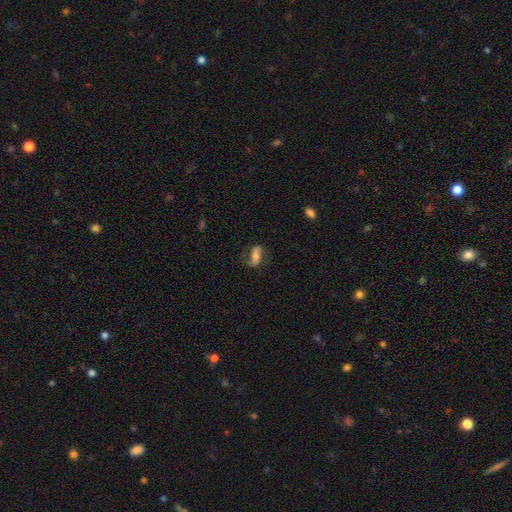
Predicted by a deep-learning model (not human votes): This appears to be a featured or disk galaxy (46%). Merging: none (64%).